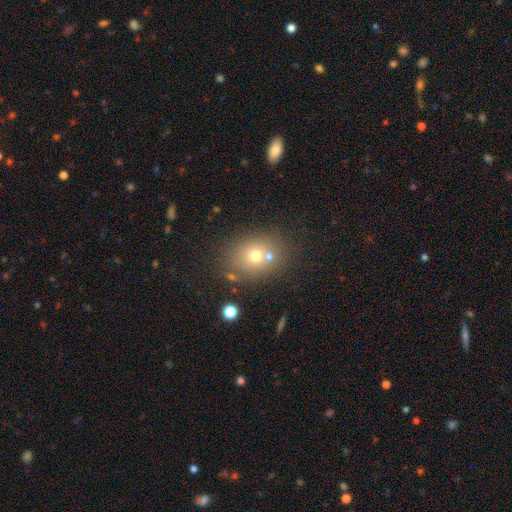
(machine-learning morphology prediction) Smooth or featured? Predicted: smooth (p=0.66). How rounded? Predicted: round (p=0.59). Merging? Predicted: none (p=0.64).